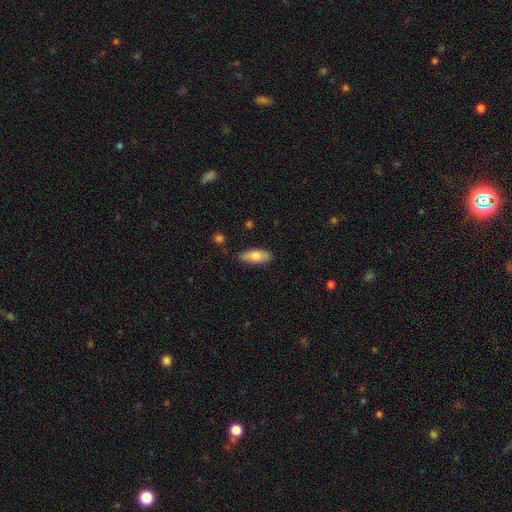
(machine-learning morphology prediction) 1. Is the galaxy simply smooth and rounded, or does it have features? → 76% smooth, 18% featured or disk, 6% star or artifact.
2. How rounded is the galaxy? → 73% in between, 25% cigar-shaped, 2% round.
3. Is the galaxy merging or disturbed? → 84% none, 12% minor disturbance, 2% major disturbance, 2% merger.